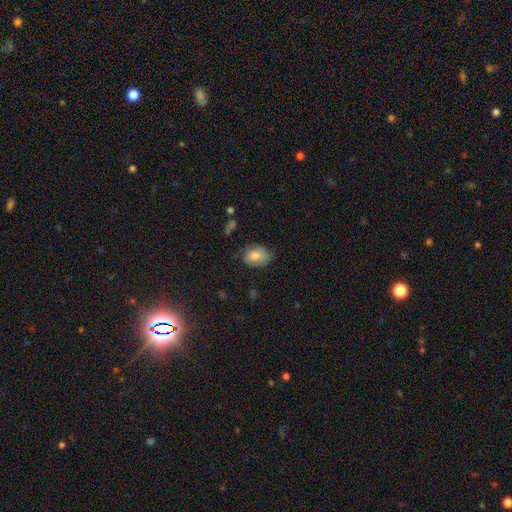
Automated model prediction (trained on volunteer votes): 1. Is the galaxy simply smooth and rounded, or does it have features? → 79% smooth, 13% featured or disk, 7% star or artifact.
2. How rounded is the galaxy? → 70% in between, 29% round, 1% cigar-shaped.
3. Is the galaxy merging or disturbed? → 68% none, 25% minor disturbance, 6% major disturbance, 1% merger.